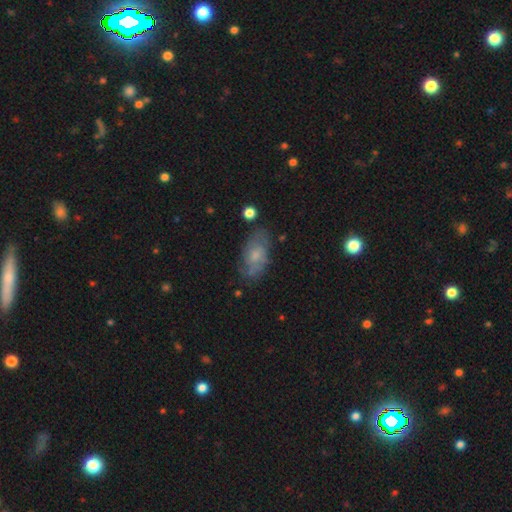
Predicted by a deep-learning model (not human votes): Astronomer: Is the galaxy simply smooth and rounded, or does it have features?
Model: featured or disk — 46%, tied with smooth at 46%.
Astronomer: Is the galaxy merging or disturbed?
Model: none — 69%.